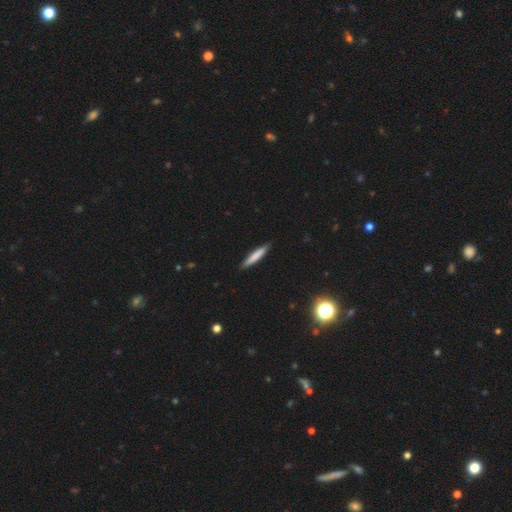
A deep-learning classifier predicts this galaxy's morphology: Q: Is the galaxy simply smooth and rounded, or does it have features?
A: smooth — 75%.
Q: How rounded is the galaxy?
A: cigar-shaped — 91%.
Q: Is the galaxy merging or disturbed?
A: none — 88%.